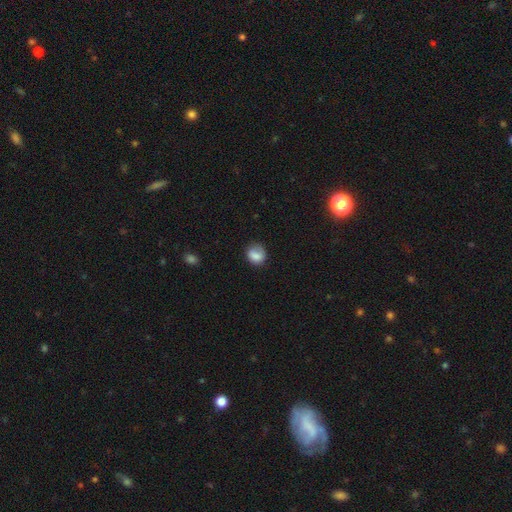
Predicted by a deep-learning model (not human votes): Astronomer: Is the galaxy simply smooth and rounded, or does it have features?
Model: smooth — 81%.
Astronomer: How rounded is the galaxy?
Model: round — 69%.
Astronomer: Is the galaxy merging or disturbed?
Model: none — 65%.